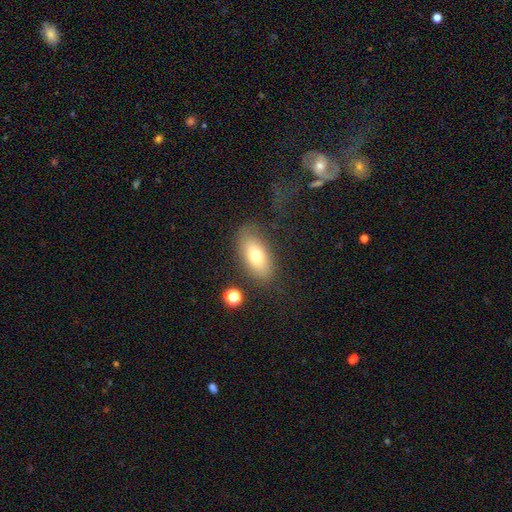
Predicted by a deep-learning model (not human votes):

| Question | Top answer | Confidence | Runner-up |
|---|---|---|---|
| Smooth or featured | smooth | 73% | featured or disk (19%) |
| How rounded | in between | 88% | cigar-shaped (7%) |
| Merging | none | 74% | minor disturbance (15%) |